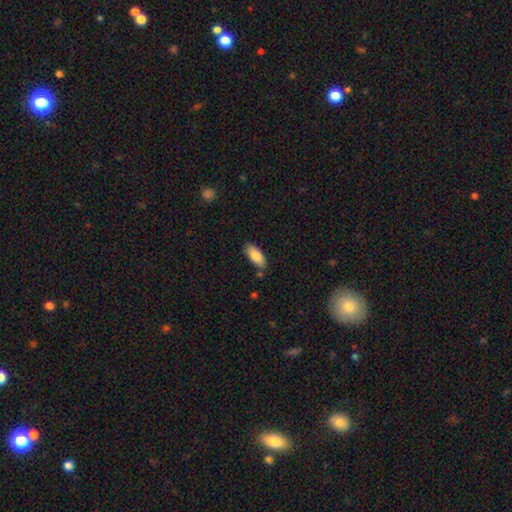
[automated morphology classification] Q: Smooth or featured?
A: smooth (86%); runner-up: featured or disk (8%)
Q: How rounded?
A: in between (85%); runner-up: cigar-shaped (13%)
Q: Merging?
A: none (81%); runner-up: minor disturbance (13%)